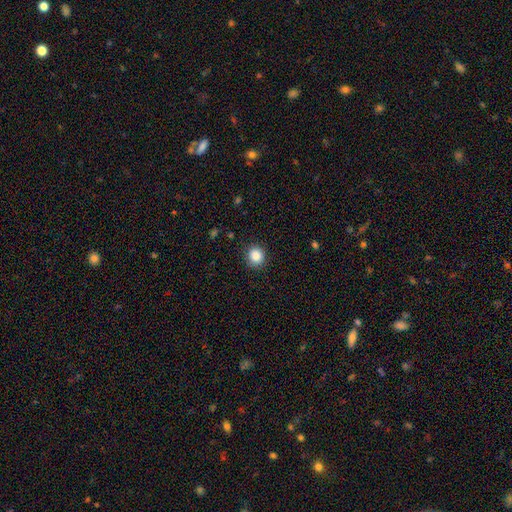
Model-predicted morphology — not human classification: Overall: smooth (86%). How rounded: round (88%). Merging: none (90%).